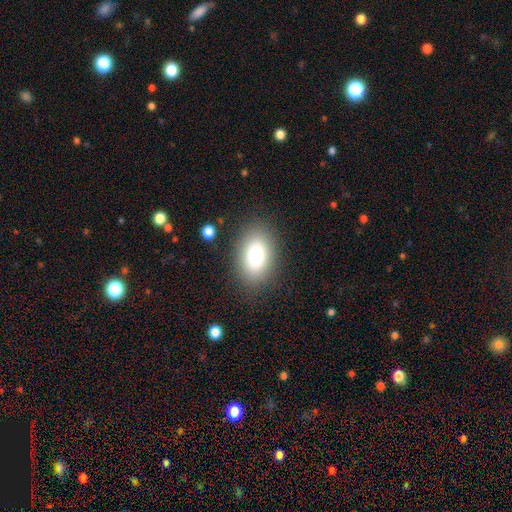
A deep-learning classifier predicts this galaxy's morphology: This appears to be a smooth galaxy with no disk features (78%) that is in between round and cigar-shaped (83%). Merging: none (83%).